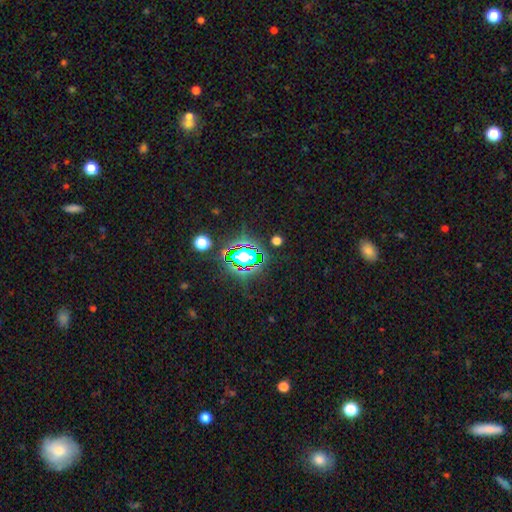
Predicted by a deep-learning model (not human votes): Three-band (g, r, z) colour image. It shows a star or artifact, not a galaxy (80%).